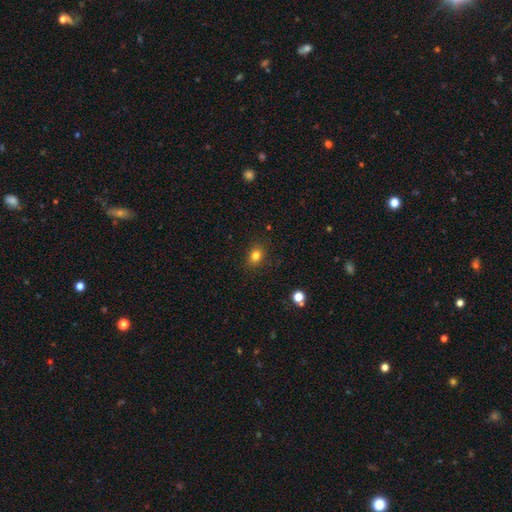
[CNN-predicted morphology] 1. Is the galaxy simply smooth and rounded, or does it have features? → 81% smooth, 13% star or artifact, 6% featured or disk.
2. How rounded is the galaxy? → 50% round, 49% in between, 1% cigar-shaped.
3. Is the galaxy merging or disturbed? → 86% none, 10% minor disturbance, 3% major disturbance, 1% merger.